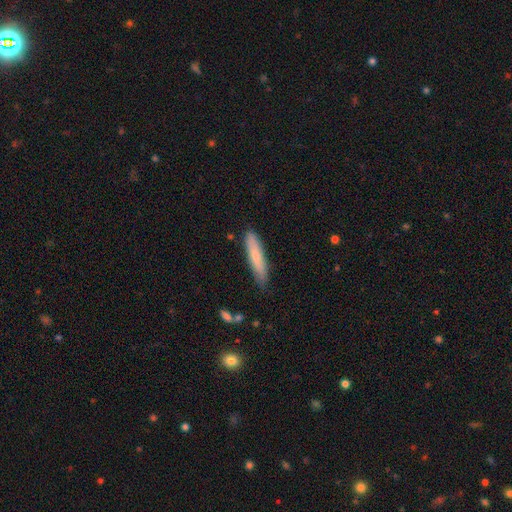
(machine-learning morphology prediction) smooth-or-featured: smooth: 71% | featured or disk: 23% | star or artifact: 6%
  how-rounded: cigar-shaped: 86% | in between: 13% | round: 1%
  merging: none: 83% | minor disturbance: 14% | major disturbance: 2% | merger: 2%